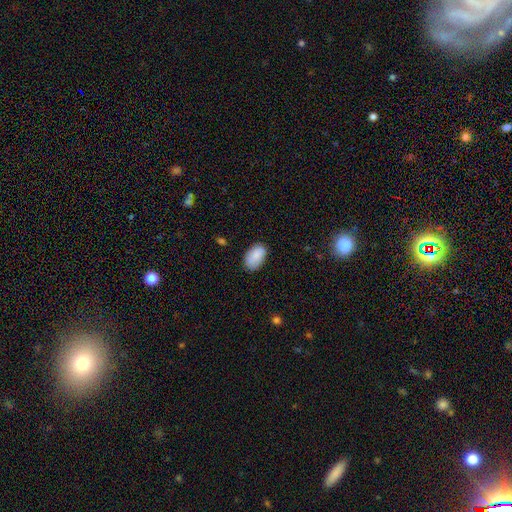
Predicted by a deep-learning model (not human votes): Smooth or featured? smooth (83%)
How rounded? in between (93%)
Merging? none (78%)